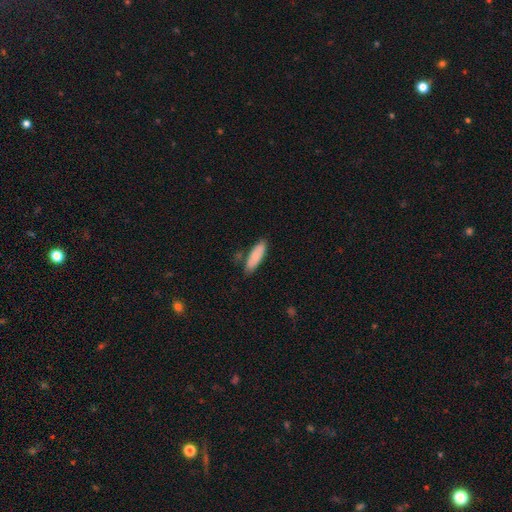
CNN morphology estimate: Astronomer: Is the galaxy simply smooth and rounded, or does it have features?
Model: smooth — 81%.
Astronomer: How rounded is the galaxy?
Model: in between — 57% (runner-up: cigar-shaped, 42%).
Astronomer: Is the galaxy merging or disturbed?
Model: none — 75%.